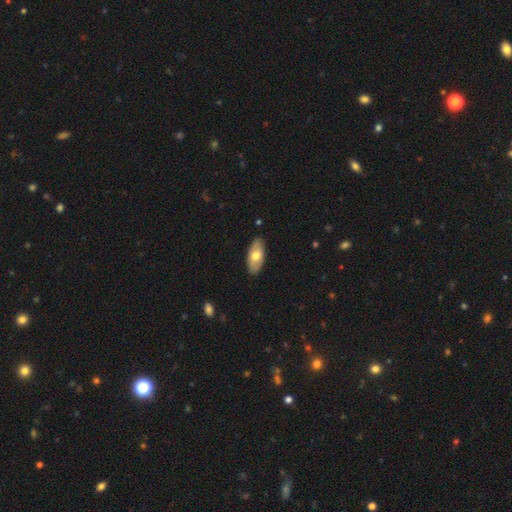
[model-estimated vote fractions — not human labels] This is likely a smooth galaxy (64%). How rounded: clearly in between (90%). Merging: clearly none (87%).